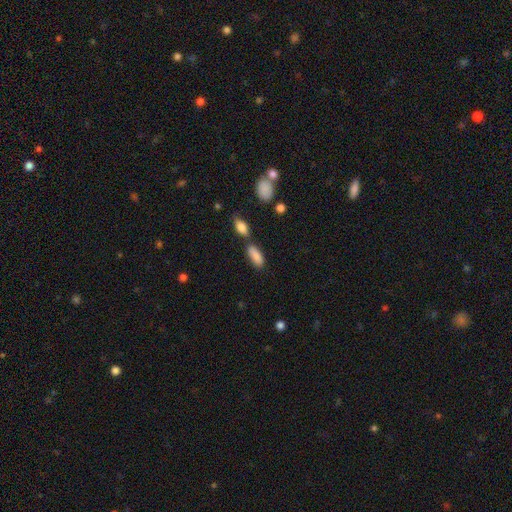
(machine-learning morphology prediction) The model was most divided on "merging": none: 58%, merger: 21%, minor disturbance: 16%, major disturbance: 5%. More confident: smooth or featured — smooth (86%); how rounded — in between (77%).